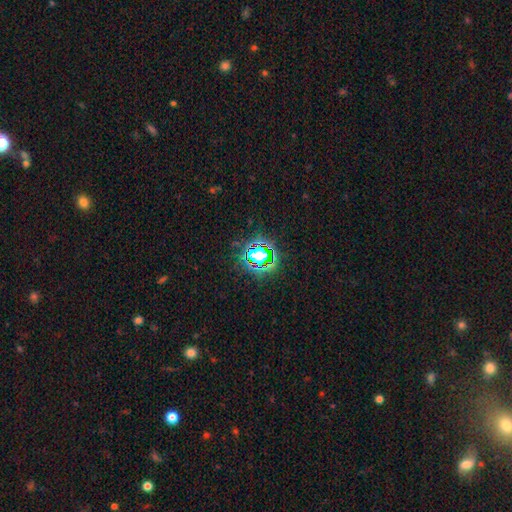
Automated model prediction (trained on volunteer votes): smooth_or_featured: star or artifact (p=0.79) [alt: smooth p=0.14]